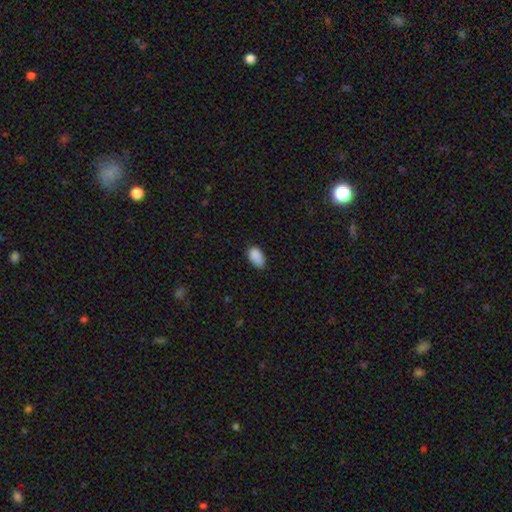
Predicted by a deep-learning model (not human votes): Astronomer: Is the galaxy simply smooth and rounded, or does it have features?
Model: smooth — 88%.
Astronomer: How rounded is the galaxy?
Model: in between — 93%.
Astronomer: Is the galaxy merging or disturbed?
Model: none — 66%.